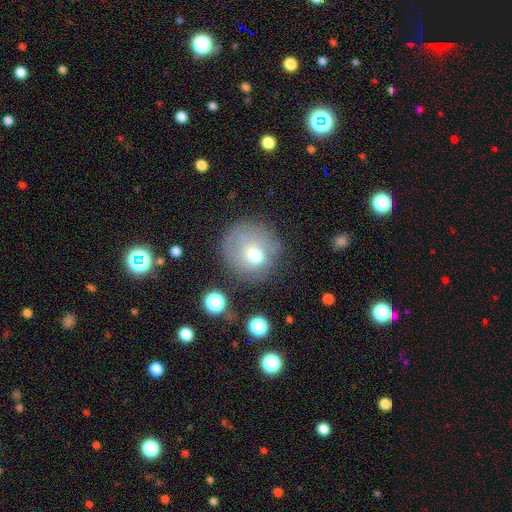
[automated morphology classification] Q: Smooth or featured?
A: smooth (56%); runner-up: featured or disk (30%)
Q: How rounded?
A: round (84%); runner-up: in between (15%)
Q: Merging?
A: none (59%); runner-up: minor disturbance (21%)